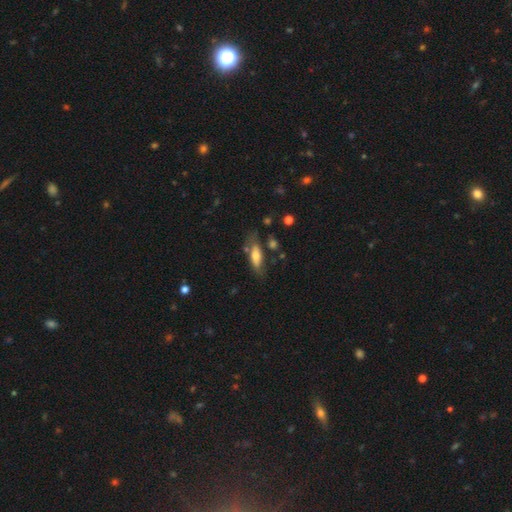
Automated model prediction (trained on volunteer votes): Smooth or featured? smooth (60%)
How rounded? in between (57%)
Merging? none (60%)